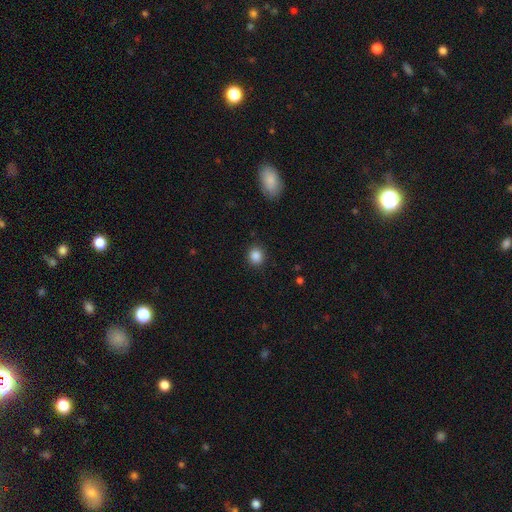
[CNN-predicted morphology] Smooth or featured: smooth — 86% (star or artifact — 10%)
How rounded: round — 84% (in between — 15%)
Merging: none — 90% (minor disturbance — 6%)